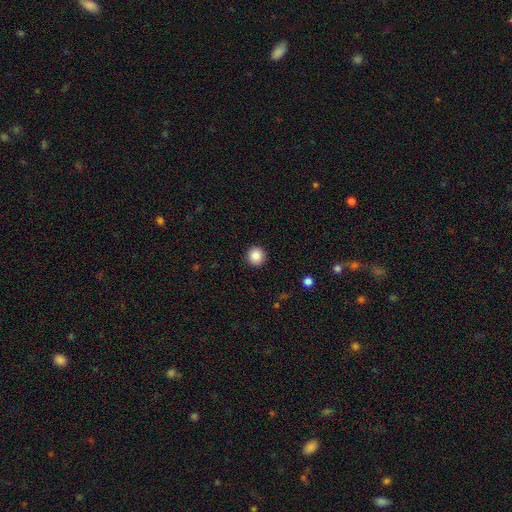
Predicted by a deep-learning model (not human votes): smooth 88%, star or artifact 9%, featured or disk 3%. Down the decision tree: how rounded — round (94%); merging — none (93%).